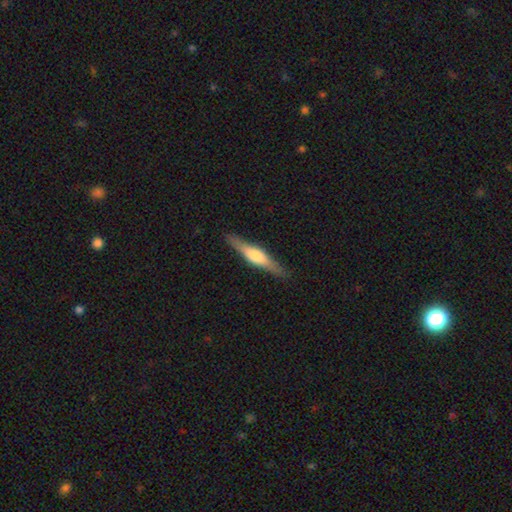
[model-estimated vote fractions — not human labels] The model was most divided on "smooth or featured": featured or disk: 65%, smooth: 30%, star or artifact: 5%. More confident: edge-on disk — yes (96%); merging — none (89%); edge-on bulge — rounded (84%).